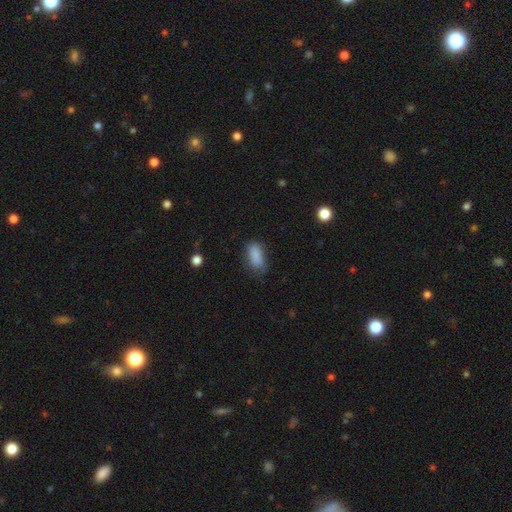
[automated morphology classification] type=smooth (85%); roundness=in between (84%); merging=none (63%).